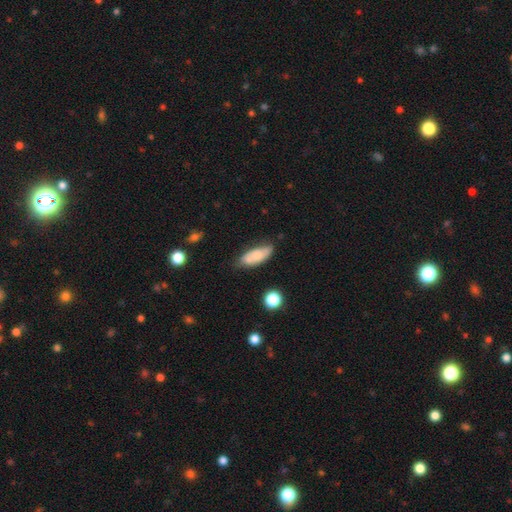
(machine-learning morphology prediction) Smooth or featured?
  - smooth: 68% *
  - featured or disk: 25%
  - star or artifact: 7%
How rounded?
  - in between: 80% *
  - cigar-shaped: 18%
  - round: 2%
Merging?
  - none: 61% *
  - minor disturbance: 29%
  - major disturbance: 6%
  - merger: 4%